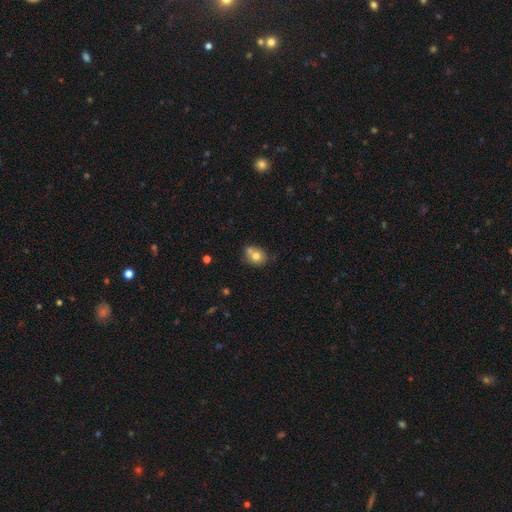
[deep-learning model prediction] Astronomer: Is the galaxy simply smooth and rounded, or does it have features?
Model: smooth — 74%.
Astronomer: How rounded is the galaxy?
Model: round — 67%.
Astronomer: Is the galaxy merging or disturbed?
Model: none — 44% (runner-up: merger, 38%).